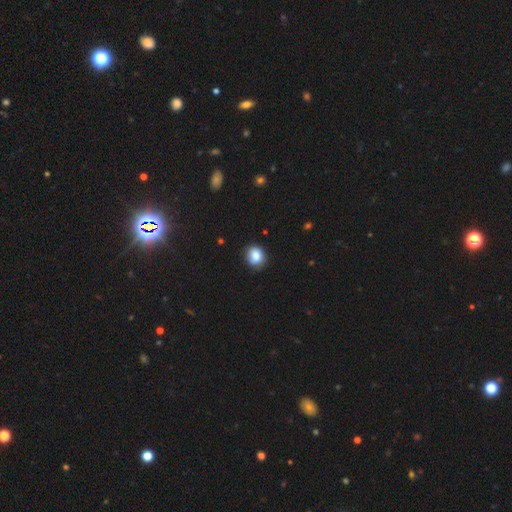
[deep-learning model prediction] Smooth or featured? Predicted: smooth (p=0.85). How rounded? Predicted: round (p=0.73). Merging? Predicted: none (p=0.83).